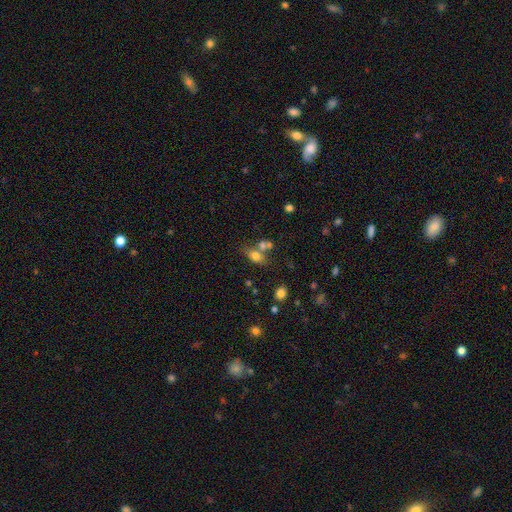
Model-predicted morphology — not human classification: smooth 69%, featured or disk 18%, star or artifact 13%. Down the decision tree: how rounded — in between (65%); merging — none (46%).